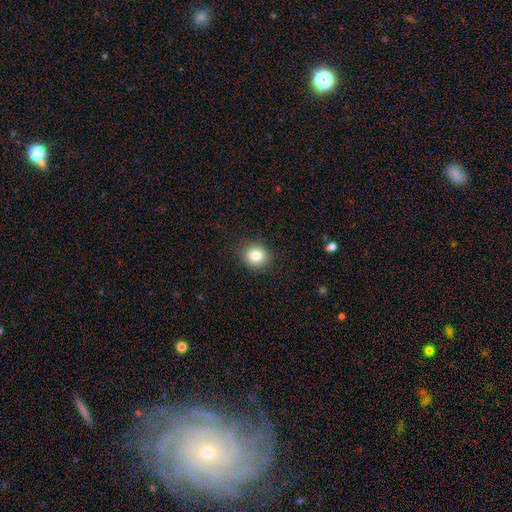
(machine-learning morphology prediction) Overall: smooth (82%). How rounded: round (85%). Merging: none (91%).